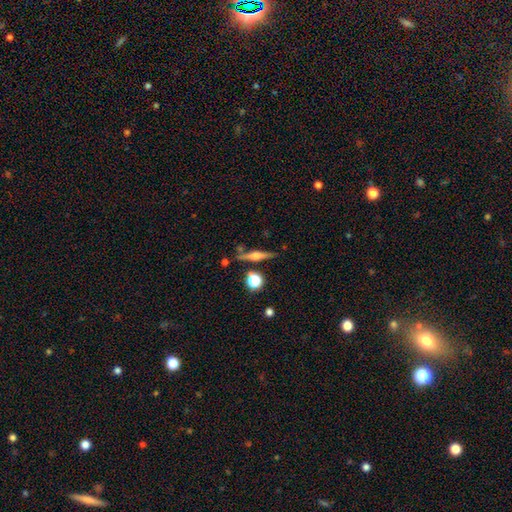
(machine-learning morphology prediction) Smooth or featured? featured or disk (69%)
Edge-on disk? yes (97%)
Edge-on bulge? rounded (90%)
Merging? none (82%)